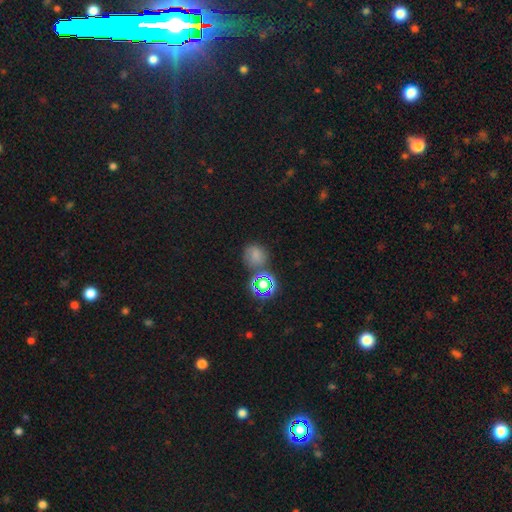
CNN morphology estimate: The model was most divided on "smooth or featured": smooth: 65%, star or artifact: 25%, featured or disk: 10%. More confident: how rounded — round (77%); merging — none (63%).